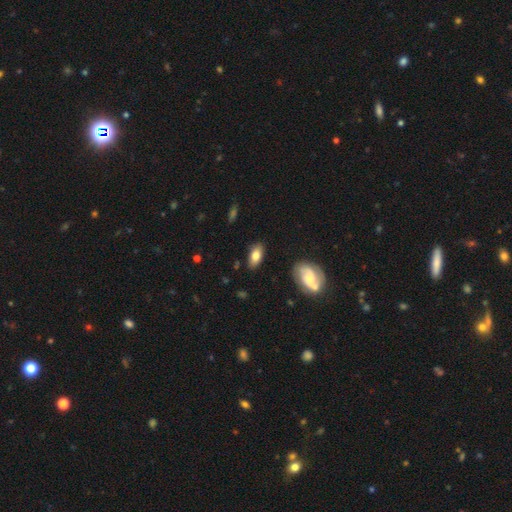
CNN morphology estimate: Q: Smooth or featured?
A: smooth (75%); runner-up: featured or disk (18%)
Q: How rounded?
A: in between (89%); runner-up: cigar-shaped (6%)
Q: Merging?
A: none (84%); runner-up: minor disturbance (12%)